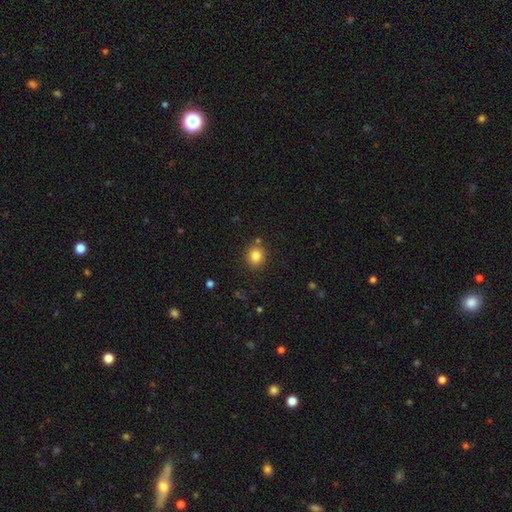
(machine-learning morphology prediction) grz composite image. It shows a smooth galaxy with no disk features (83%) that is round (80%). Merging: none (83%).